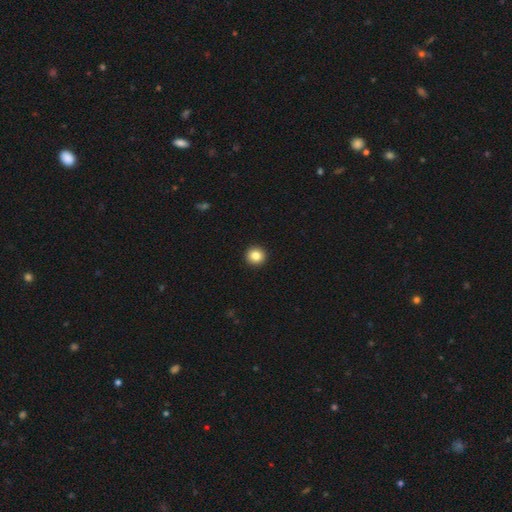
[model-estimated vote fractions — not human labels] Overall: smooth (84%). How rounded: round (94%). Merging: none (94%).